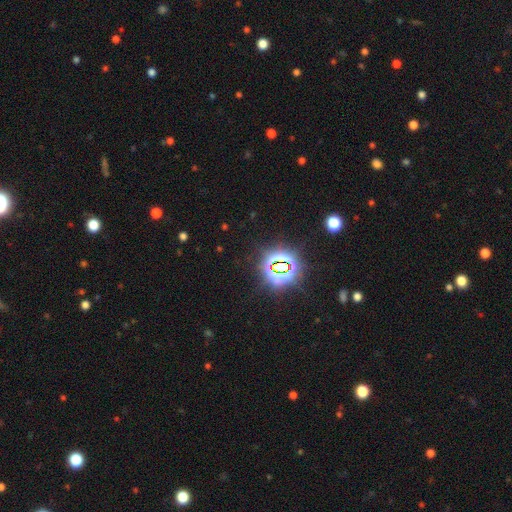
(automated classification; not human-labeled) This is clearly a star or artifact rather than a galaxy (81%).